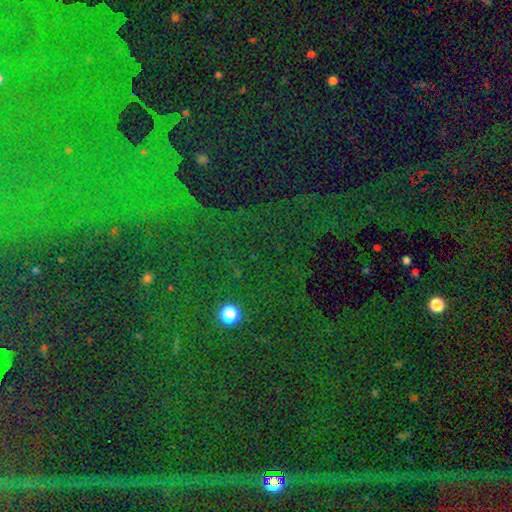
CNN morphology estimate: A star or artifact, not a galaxy (75%).